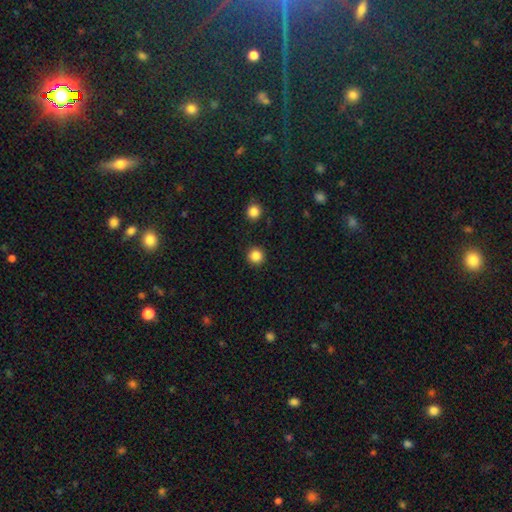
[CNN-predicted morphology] smooth 85%, star or artifact 11%, featured or disk 4%. Down the decision tree: how rounded — round (95%); merging — none (92%).